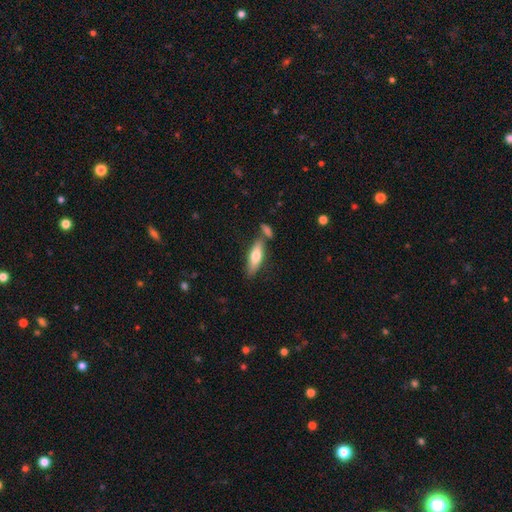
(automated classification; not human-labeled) Smooth or featured? smooth (67%)
How rounded? cigar-shaped (53%)
Merging? none (68%)